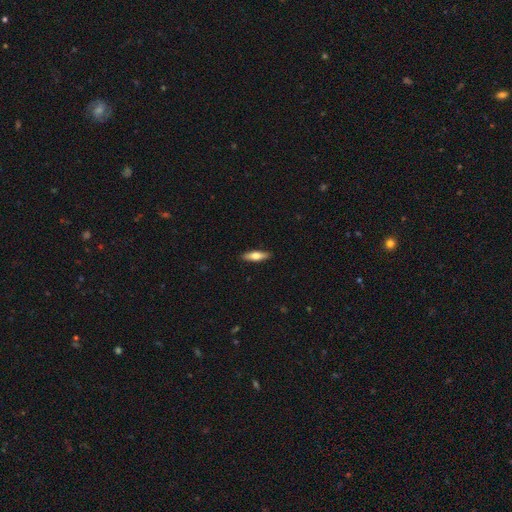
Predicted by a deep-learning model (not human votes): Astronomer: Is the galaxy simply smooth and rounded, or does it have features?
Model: smooth — 65%.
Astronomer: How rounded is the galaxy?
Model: cigar-shaped — 56% (runner-up: in between, 42%).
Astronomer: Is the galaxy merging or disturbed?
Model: none — 90%.